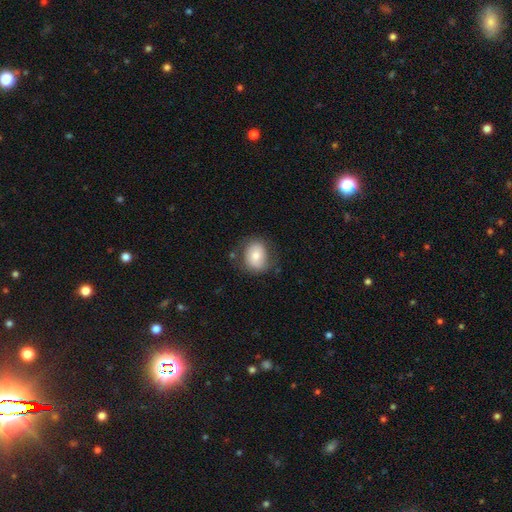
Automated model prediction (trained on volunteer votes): A smooth galaxy with no disk features (70%) that is round (54%).

Vote fractions:
- Smooth or featured? smooth: 70% / featured or disk: 22% / star or artifact: 7%
- How rounded? round: 54% / in between: 45% / cigar-shaped: 1%
- Merging? none: 69% / minor disturbance: 21% / major disturbance: 7% / merger: 2%